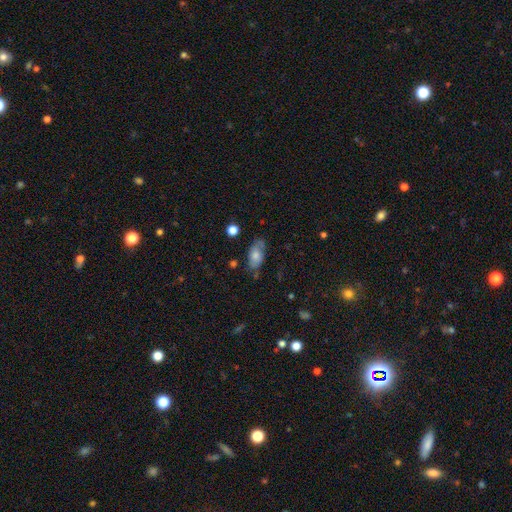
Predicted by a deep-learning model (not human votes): The model was most divided on "merging": none: 63%, minor disturbance: 26%, major disturbance: 7%, merger: 4%. More confident: how rounded — in between (89%); smooth or featured — smooth (67%).